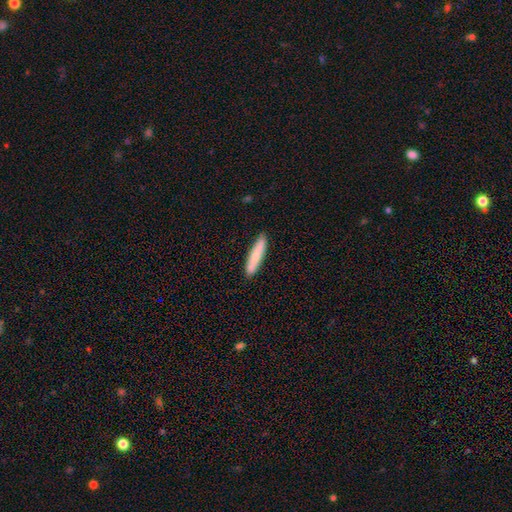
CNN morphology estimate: Overall: smooth (76%). How rounded: cigar-shaped (86%). Merging: none (88%).